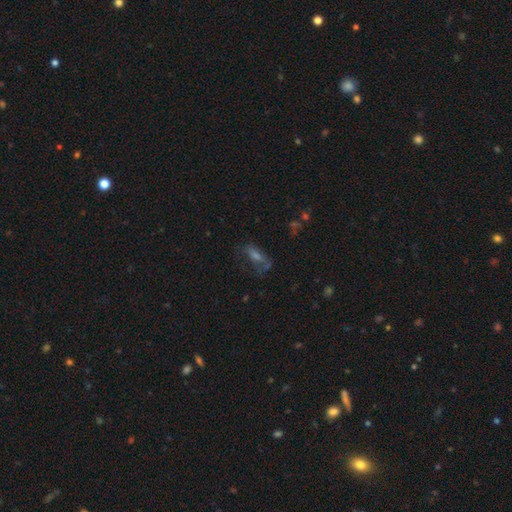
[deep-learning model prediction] Smooth or featured: smooth — 37% (featured or disk — 33%)
Merging: none — 51% (major disturbance — 23%)